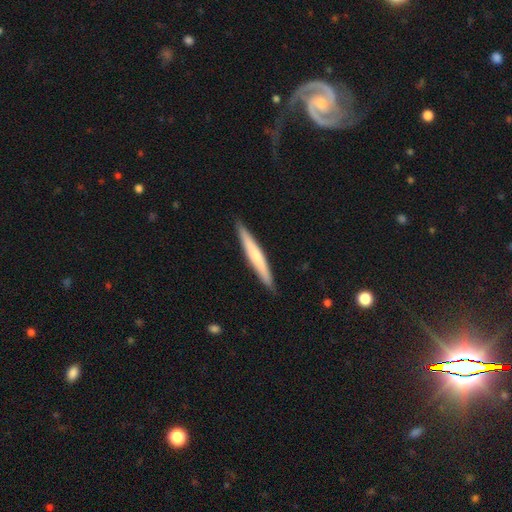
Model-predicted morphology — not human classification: Smooth or featured?
  - smooth: 54% *
  - featured or disk: 41%
  - star or artifact: 5%
How rounded?
  - cigar-shaped: 96% *
  - in between: 3%
  - round: 1%
Merging?
  - none: 91% *
  - minor disturbance: 7%
  - major disturbance: 1%
  - merger: 1%